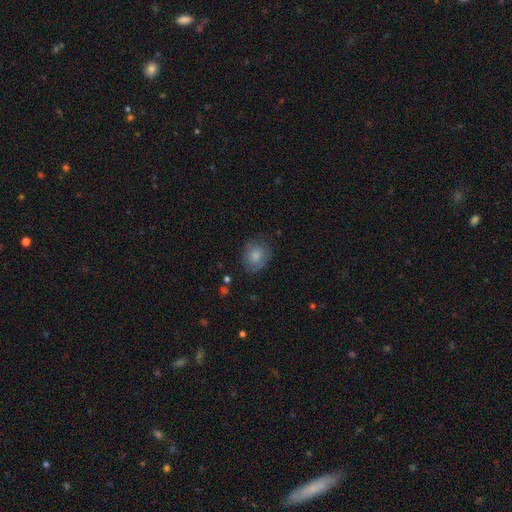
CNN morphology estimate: Smooth or featured? Predicted: smooth (p=0.75). How rounded? Predicted: round (p=0.59). Merging? Predicted: none (p=0.70).